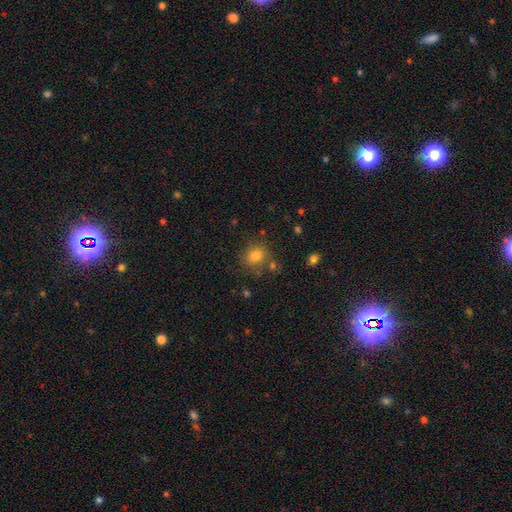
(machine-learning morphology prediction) smooth_or_featured: smooth (p=0.79) [alt: star or artifact p=0.13]
how_rounded: round (p=0.71) [alt: in between p=0.28]
merging: none (p=0.74) [alt: minor disturbance p=0.13]